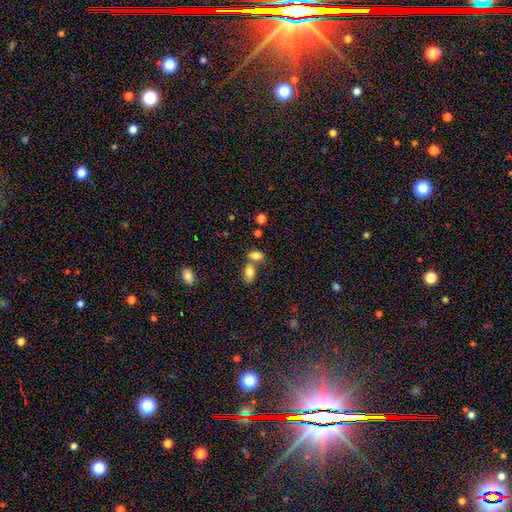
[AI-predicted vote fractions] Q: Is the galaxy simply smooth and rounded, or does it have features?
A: smooth — 81%.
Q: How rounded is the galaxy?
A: in between — 86%.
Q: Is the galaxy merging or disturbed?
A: merger — 45%.